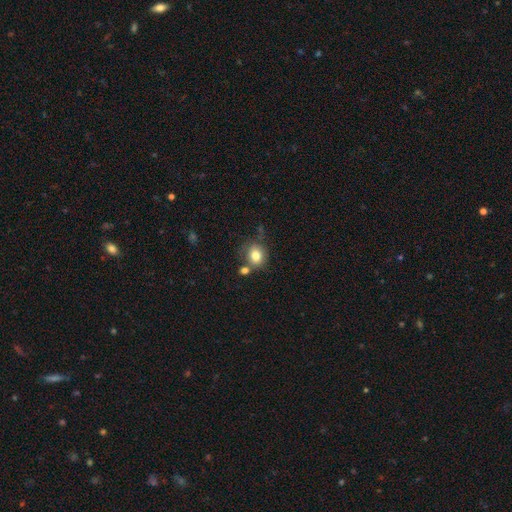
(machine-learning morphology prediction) This is clearly a smooth galaxy (80%). How rounded: likely round (68%). Merging: likely none (62%).